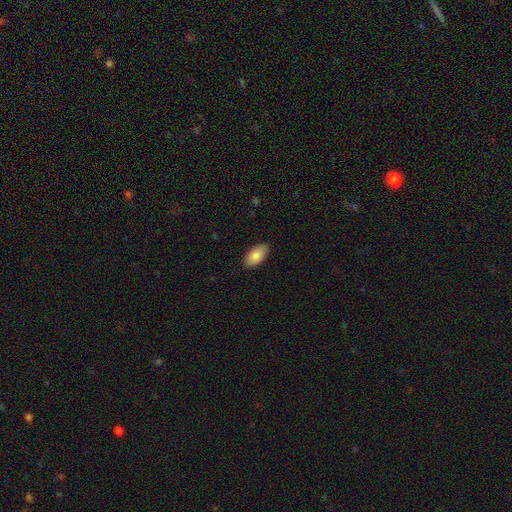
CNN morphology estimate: A smooth galaxy with no disk features (85%) that is in between round and cigar-shaped (94%). Merging: none (88%).